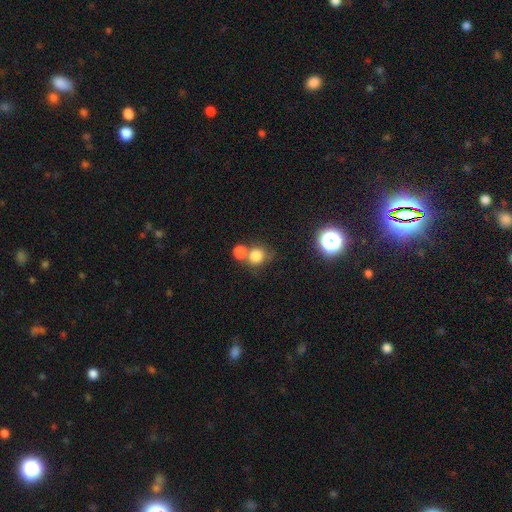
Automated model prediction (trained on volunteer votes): Smooth or featured? Predicted: smooth (p=0.79). How rounded? Predicted: round (p=0.82). Merging? Predicted: none (p=0.47).